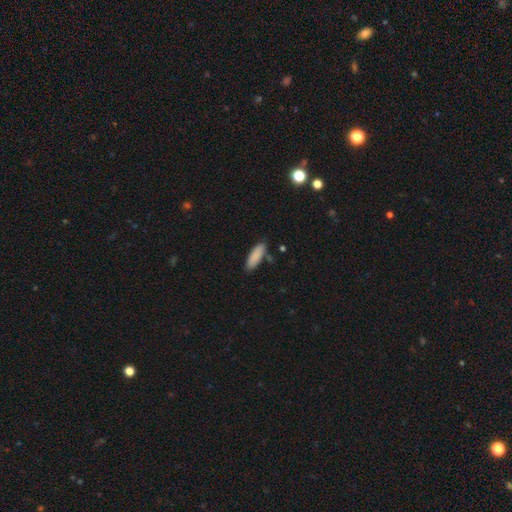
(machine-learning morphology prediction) Q: Smooth or featured?
A: smooth (88%); runner-up: star or artifact (6%)
Q: How rounded?
A: in between (59%); runner-up: cigar-shaped (40%)
Q: Merging?
A: none (81%); runner-up: minor disturbance (12%)